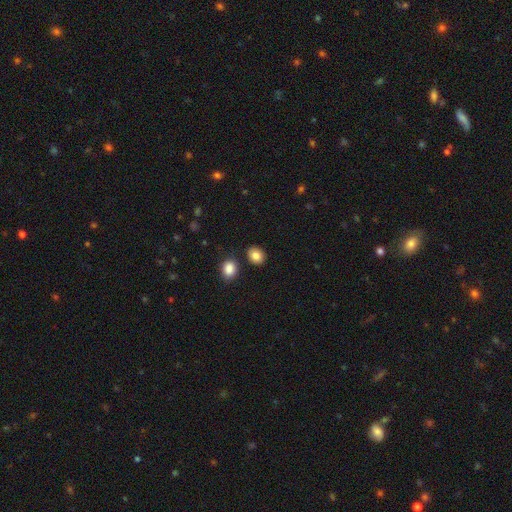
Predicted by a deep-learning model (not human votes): smooth 85%, star or artifact 9%, featured or disk 6%. Down the decision tree: how rounded — round (56%); merging — none (81%).